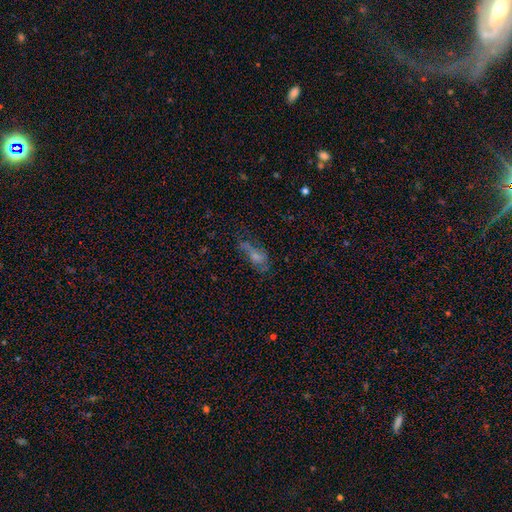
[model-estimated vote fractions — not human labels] smooth_or_featured: smooth (p=0.43) [alt: featured or disk p=0.39]
merging: none (p=0.37) [alt: major disturbance p=0.32]